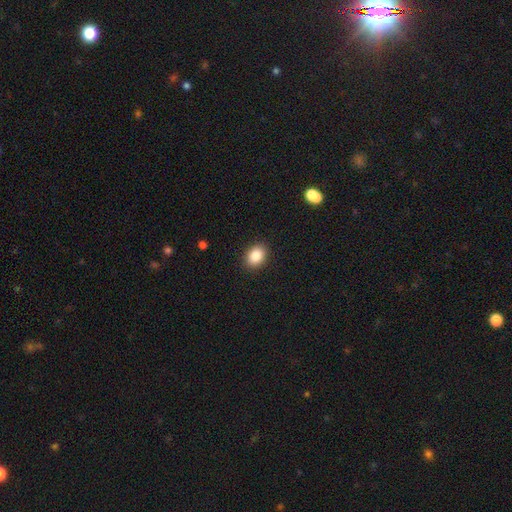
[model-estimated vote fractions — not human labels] Smooth or featured? Predicted: smooth (p=0.87). How rounded? Predicted: in between (p=0.69). Merging? Predicted: none (p=0.89).